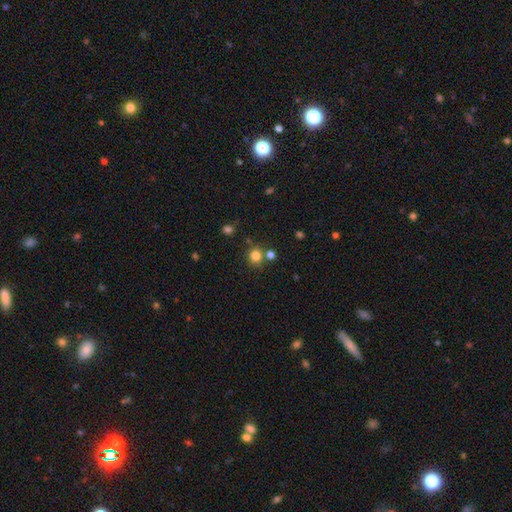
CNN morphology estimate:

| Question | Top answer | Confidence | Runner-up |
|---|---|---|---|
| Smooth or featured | smooth | 80% | star or artifact (14%) |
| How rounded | round | 89% | in between (10%) |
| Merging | none | 75% | merger (13%) |